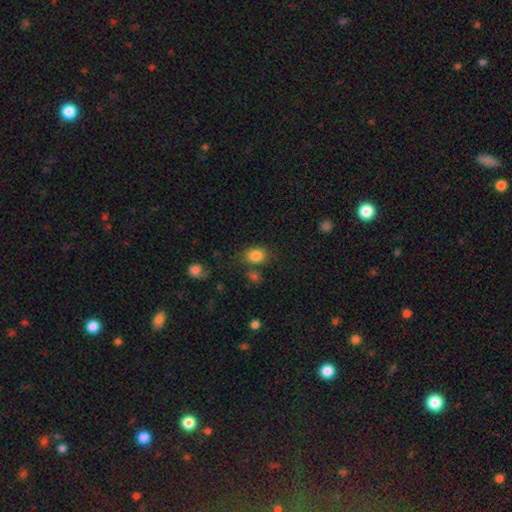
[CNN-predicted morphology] Smooth or featured? Predicted: smooth (p=0.84). How rounded? Predicted: in between (p=0.62). Merging? Predicted: none (p=0.71).